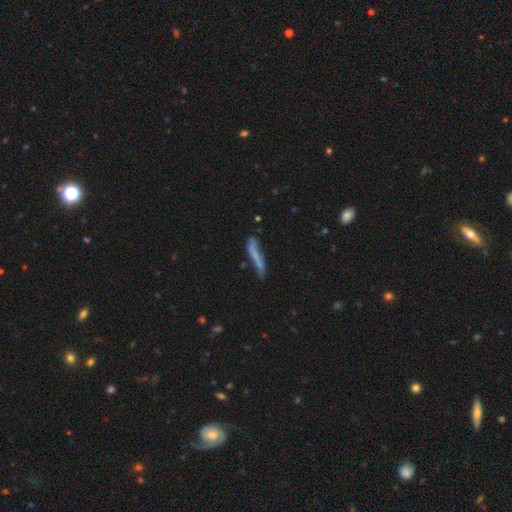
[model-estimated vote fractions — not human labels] smooth 56%, featured or disk 35%, star or artifact 9%. Down the decision tree: how rounded — cigar-shaped (90%); merging — none (51%).